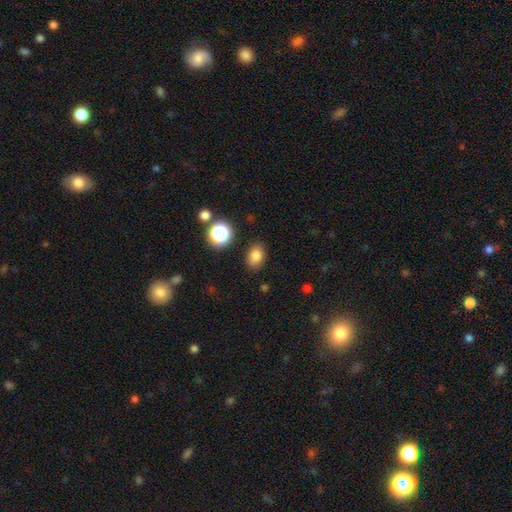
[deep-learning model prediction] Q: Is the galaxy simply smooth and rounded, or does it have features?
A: smooth — 81%.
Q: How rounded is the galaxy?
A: in between — 73%.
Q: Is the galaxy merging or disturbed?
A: none — 84%.